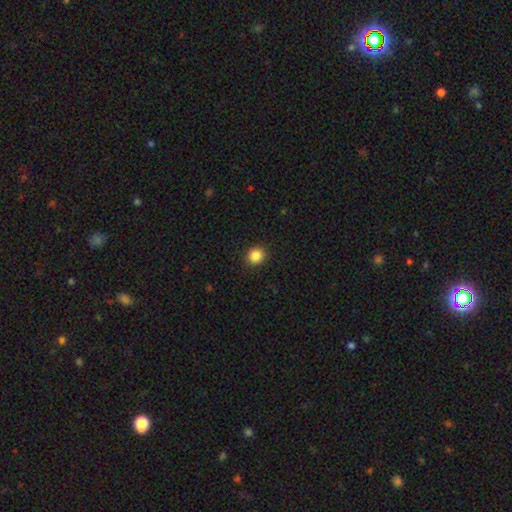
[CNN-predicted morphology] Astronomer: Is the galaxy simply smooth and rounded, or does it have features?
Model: smooth — 86%.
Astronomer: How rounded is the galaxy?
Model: round — 85%.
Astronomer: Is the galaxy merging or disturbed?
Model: none — 91%.